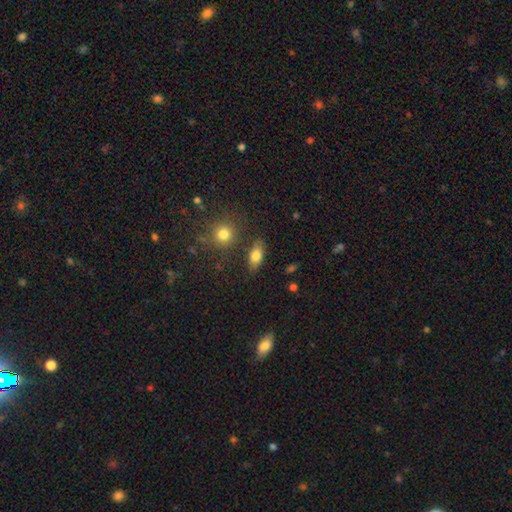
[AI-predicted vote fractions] smooth 79%, featured or disk 13%, star or artifact 9%. Down the decision tree: how rounded — in between (83%); merging — none (80%).